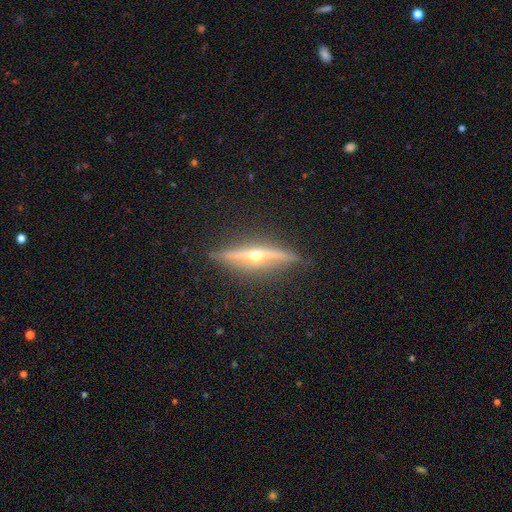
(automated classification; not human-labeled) smooth-or-featured: featured or disk: 85% | smooth: 9% | star or artifact: 6%
  disk-edge-on: yes: 97% | no: 3%
    edge-on-bulge: rounded: 94% | none: 4% | boxy: 2%
  merging: none: 87% | minor disturbance: 10% | major disturbance: 2% | merger: 1%